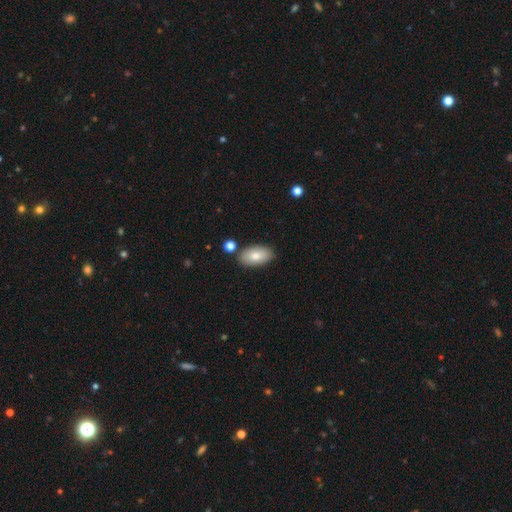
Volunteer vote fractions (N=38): Smooth or featured: smooth — 74% (featured or disk — 21%)
How rounded: in between — 100%
Merging: none — 75% (minor disturbance — 22%)